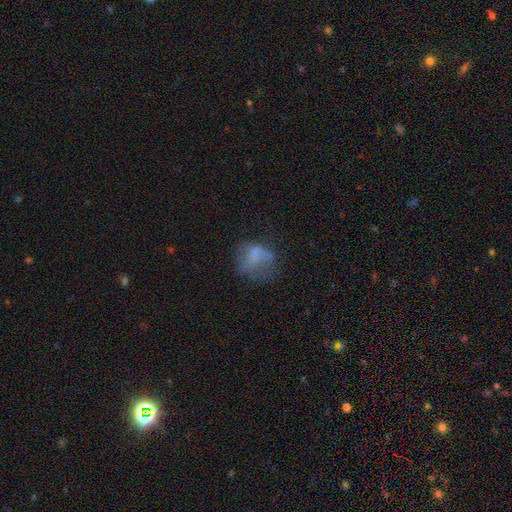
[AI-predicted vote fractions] A smooth galaxy with no disk features (53%) that is round (53%).

Vote fractions:
- Smooth or featured? smooth: 53% / featured or disk: 32% / star or artifact: 16%
- How rounded? round: 53% / in between: 46% / cigar-shaped: 2%
- Merging? none: 38% / major disturbance: 35% / minor disturbance: 23% / merger: 5%